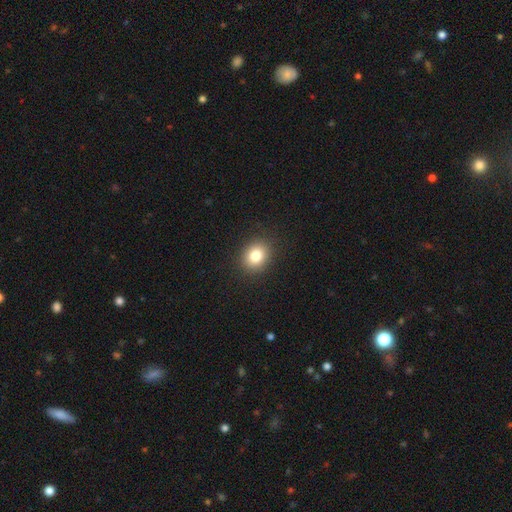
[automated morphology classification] Overall: smooth (81%). How rounded: round (58%; in between 41%). Merging: none (89%).